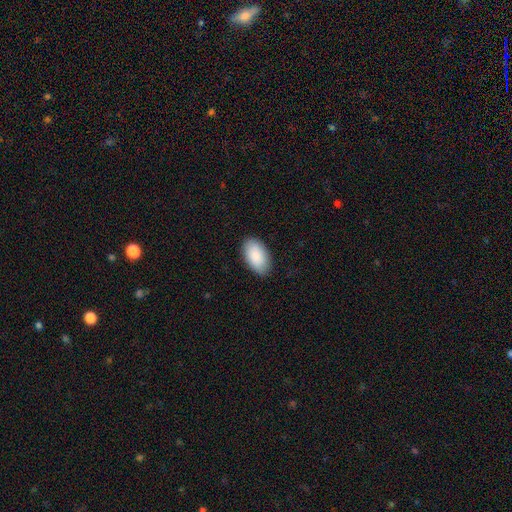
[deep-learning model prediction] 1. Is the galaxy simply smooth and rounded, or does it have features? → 89% smooth, 6% featured or disk, 5% star or artifact.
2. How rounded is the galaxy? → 96% in between, 3% round, 1% cigar-shaped.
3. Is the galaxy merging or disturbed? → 88% none, 9% minor disturbance, 2% major disturbance, 1% merger.